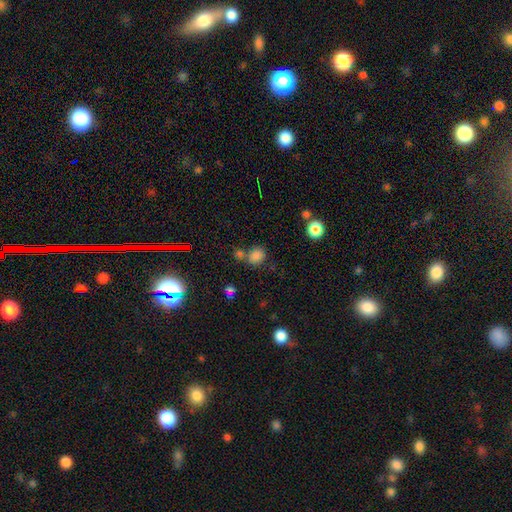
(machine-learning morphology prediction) Q: Smooth or featured?
A: smooth (79%); runner-up: star or artifact (16%)
Q: How rounded?
A: round (69%); runner-up: in between (30%)
Q: Merging?
A: none (61%); runner-up: merger (23%)